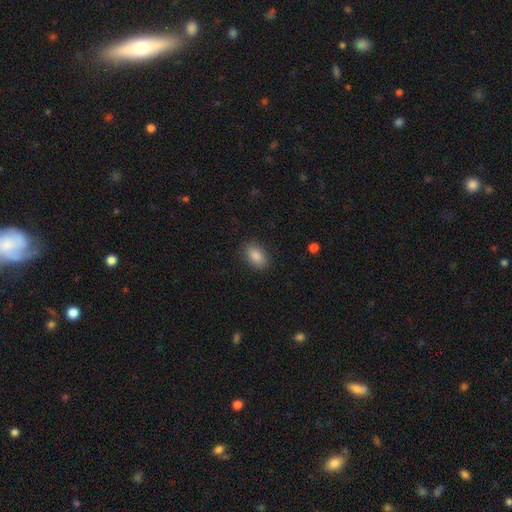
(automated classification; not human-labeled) smooth-or-featured: smooth: 87% | star or artifact: 8% | featured or disk: 5%
  how-rounded: in between: 89% | round: 9% | cigar-shaped: 2%
  merging: none: 88% | minor disturbance: 8% | major disturbance: 2% | merger: 1%